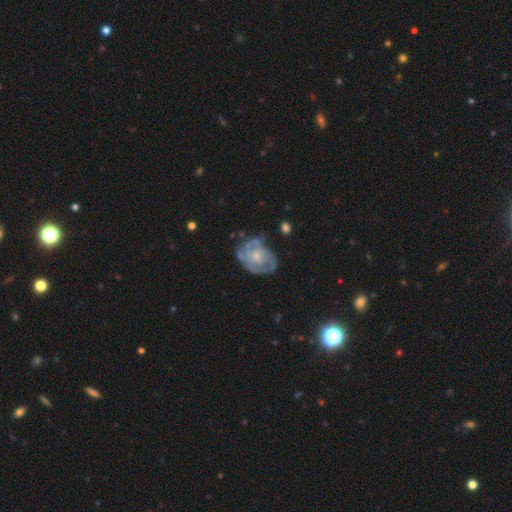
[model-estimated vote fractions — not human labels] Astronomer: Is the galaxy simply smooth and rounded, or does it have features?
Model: featured or disk — 75%.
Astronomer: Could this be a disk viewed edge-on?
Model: no — 97%.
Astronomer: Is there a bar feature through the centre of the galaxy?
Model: no — 79%.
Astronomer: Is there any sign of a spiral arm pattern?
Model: yes — 73%.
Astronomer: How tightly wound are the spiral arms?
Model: tight — 57%.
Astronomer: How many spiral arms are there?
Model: can't tell — 47%.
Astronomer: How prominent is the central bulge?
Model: small — 48% (runner-up: moderate, 44%).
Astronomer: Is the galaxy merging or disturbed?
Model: none — 56%.